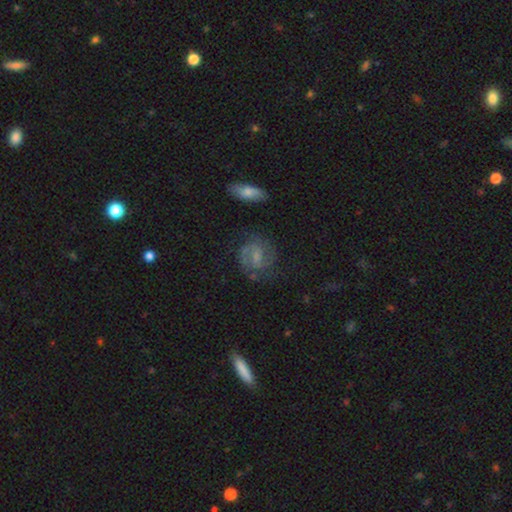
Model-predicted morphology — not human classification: This appears to be a featured or disk galaxy (70%) with a weak bar (56%), 2 (81%) medium (50%) spiral arms (91%) and a small central bulge (42%). Merging: none (71%).